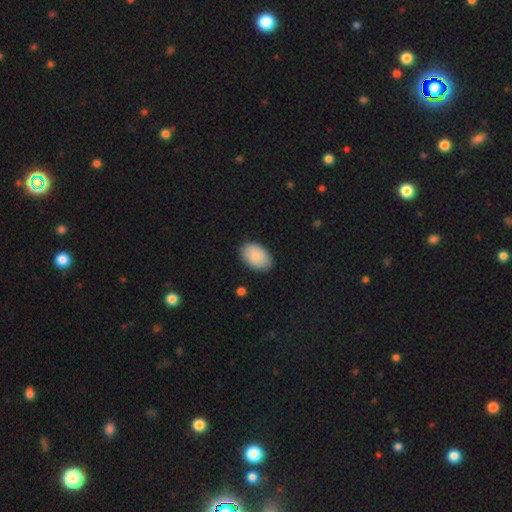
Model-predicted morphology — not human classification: Q: Smooth or featured?
A: smooth (90%); runner-up: star or artifact (6%)
Q: How rounded?
A: in between (91%); runner-up: round (8%)
Q: Merging?
A: none (87%); runner-up: minor disturbance (10%)